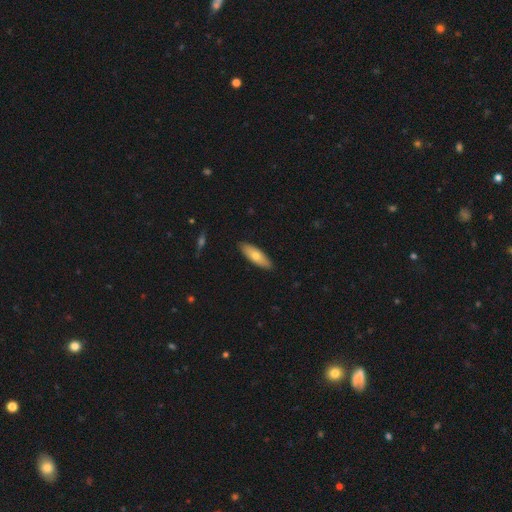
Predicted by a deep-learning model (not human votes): This appears to be a smooth galaxy with no disk features (69%) that is in between round and cigar-shaped (58%). Merging: none (89%).